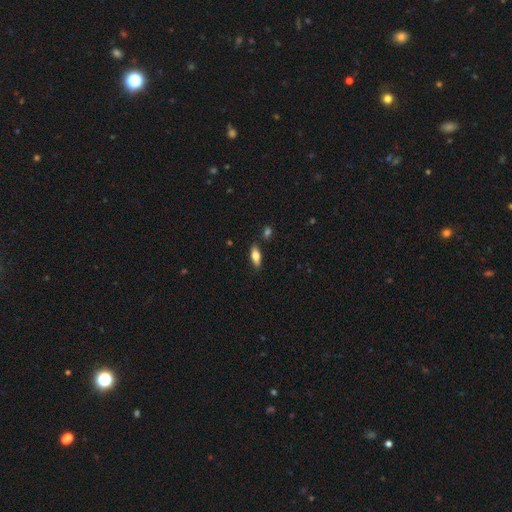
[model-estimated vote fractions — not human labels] Smooth or featured? smooth (67%)
How rounded? in between (73%)
Merging? none (83%)